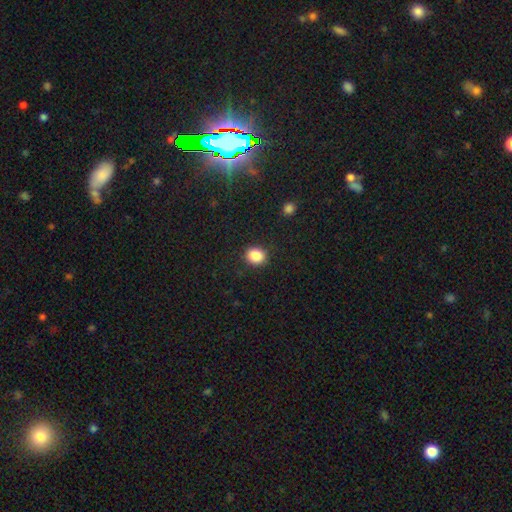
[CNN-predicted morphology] Smooth or featured?
  - smooth: 86% *
  - star or artifact: 10%
  - featured or disk: 4%
How rounded?
  - round: 68% *
  - in between: 32%
  - cigar-shaped: 1%
Merging?
  - none: 89% *
  - minor disturbance: 7%
  - major disturbance: 2%
  - merger: 1%